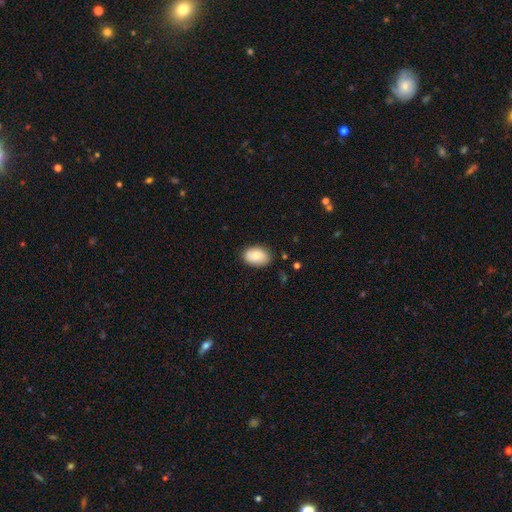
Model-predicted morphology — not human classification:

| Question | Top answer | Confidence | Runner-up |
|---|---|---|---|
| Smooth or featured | smooth | 82% | featured or disk (11%) |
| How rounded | in between | 86% | round (13%) |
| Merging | none | 80% | minor disturbance (16%) |